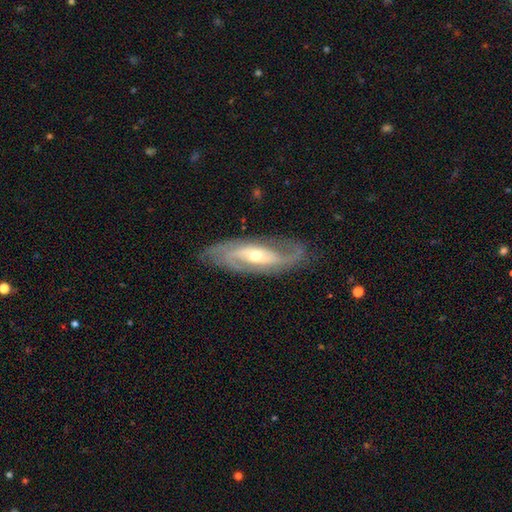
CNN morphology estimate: A featured or disk galaxy (86%) with no bar (50%), 2 (73%) medium (45%) spiral arms (95%) and a small central bulge (51%).

Vote fractions:
- Smooth or featured? featured or disk: 86% / smooth: 9% / star or artifact: 5%
- Edge-on disk? no: 89% / yes: 11%
- Bar? no: 50% / weak: 31% / strong: 19%
- Spiral arms? yes: 95% / no: 5%
- Spiral winding? medium: 45% / tight: 34% / loose: 21%
- Spiral arm count? 2: 73% / can't tell: 12% / 3: 7% / 1: 4% / 4: 2% / more than 4: 2%
- Bulge size? small: 51% / moderate: 45% / large: 2% / dominant: 1% / none: 1%
- Merging? none: 77% / minor disturbance: 15% / major disturbance: 6% / merger: 1%